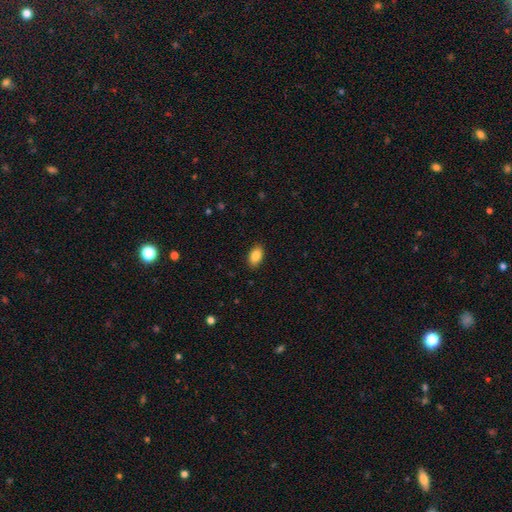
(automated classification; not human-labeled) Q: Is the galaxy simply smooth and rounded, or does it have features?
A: smooth — 86%.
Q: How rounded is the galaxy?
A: in between — 92%.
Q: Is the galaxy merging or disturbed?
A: none — 89%.